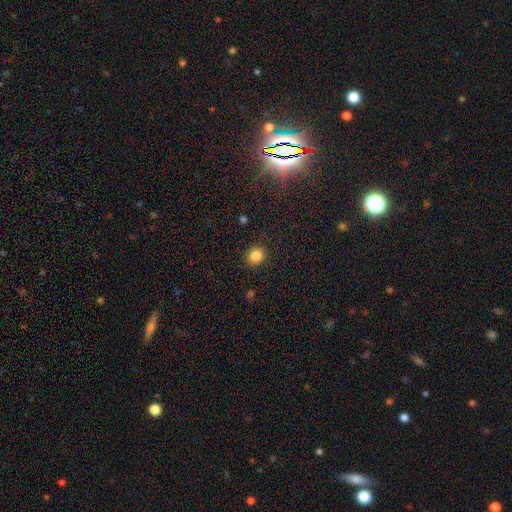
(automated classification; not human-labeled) This is clearly a smooth galaxy (85%). How rounded: clearly round (86%). Merging: clearly none (91%).